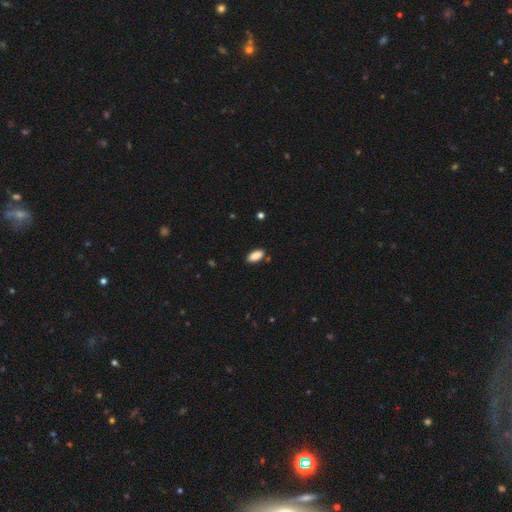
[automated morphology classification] type=smooth (89%); roundness=in between (91%); merging=none (85%).